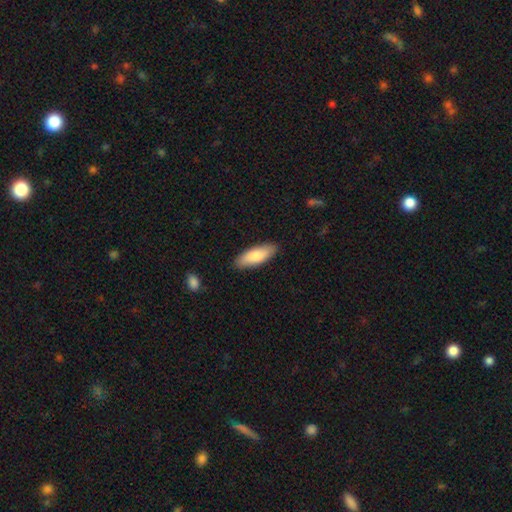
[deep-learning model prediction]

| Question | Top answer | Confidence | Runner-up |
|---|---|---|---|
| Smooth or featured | smooth | 80% | featured or disk (14%) |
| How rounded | in between | 66% | cigar-shaped (32%) |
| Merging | none | 88% | minor disturbance (9%) |